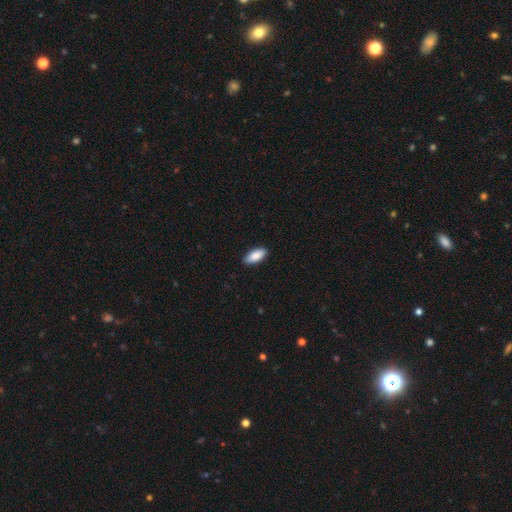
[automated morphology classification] smooth-or-featured: smooth: 87% | featured or disk: 7% | star or artifact: 6%
  how-rounded: in between: 85% | cigar-shaped: 13% | round: 2%
  merging: none: 90% | minor disturbance: 7% | major disturbance: 2% | merger: 1%